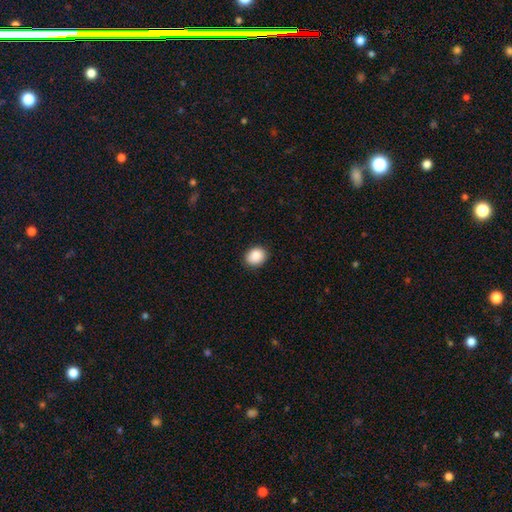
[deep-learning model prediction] smooth-or-featured: smooth: 89% | star or artifact: 8% | featured or disk: 3%
  how-rounded: round: 55% | in between: 45% | cigar-shaped: 1%
  merging: none: 89% | minor disturbance: 8% | major disturbance: 2% | merger: 1%